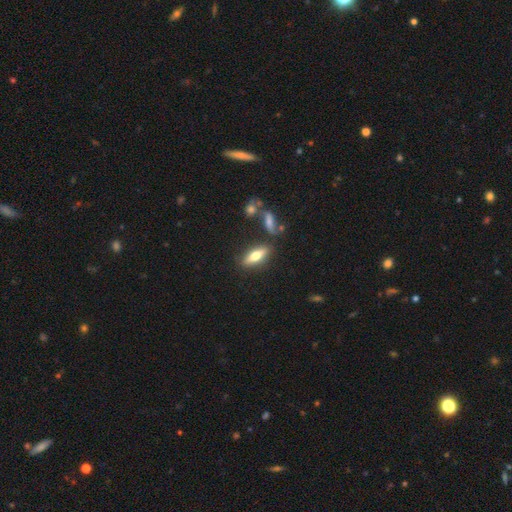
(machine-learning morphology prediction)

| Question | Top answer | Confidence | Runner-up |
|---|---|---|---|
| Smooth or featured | smooth | 60% | featured or disk (33%) |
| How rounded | in between | 56% | cigar-shaped (41%) |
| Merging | none | 79% | minor disturbance (11%) |